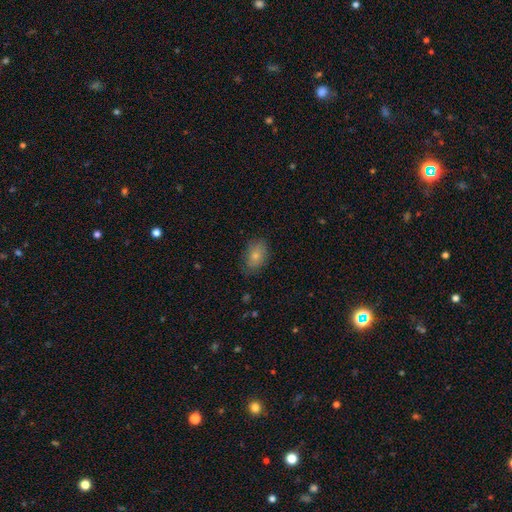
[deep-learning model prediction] This appears to be a smooth galaxy with no disk features (79%) that is in between round and cigar-shaped (84%). Merging: none (76%).